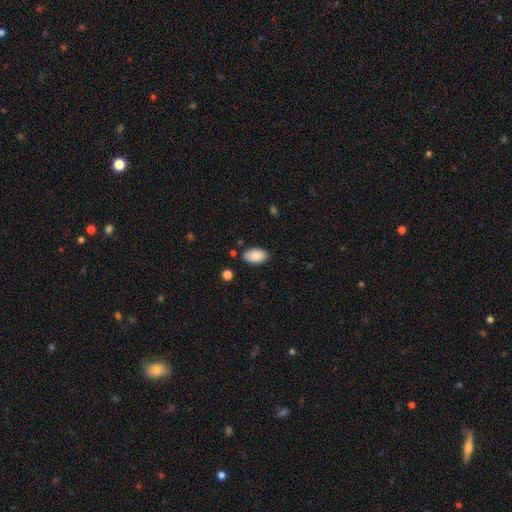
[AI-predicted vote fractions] A smooth galaxy with no disk features (89%) that is in between round and cigar-shaped (95%). Merging: none (83%).